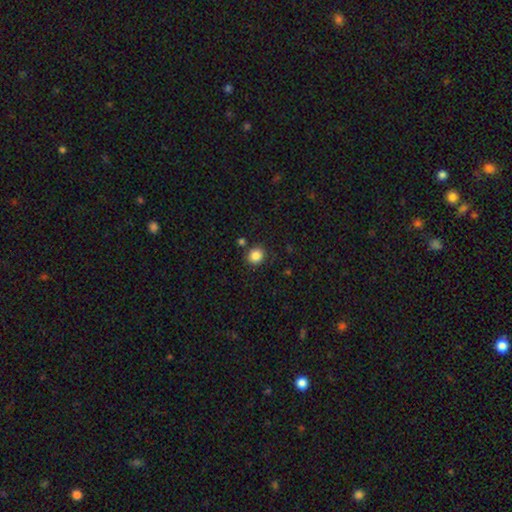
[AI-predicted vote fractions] The model was most divided on "how rounded": round: 81%, in between: 18%, cigar-shaped: 1%. More confident: smooth or featured — smooth (86%); merging — none (84%).